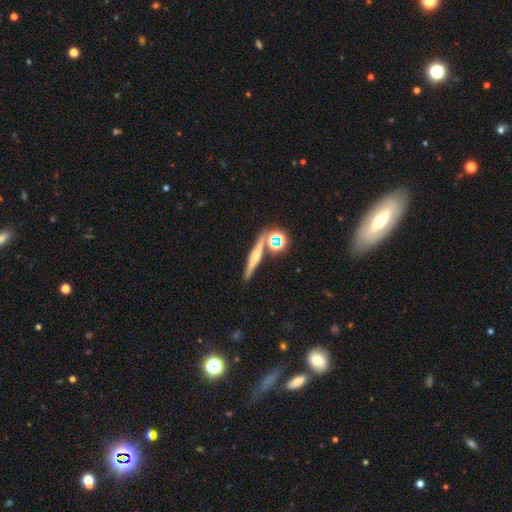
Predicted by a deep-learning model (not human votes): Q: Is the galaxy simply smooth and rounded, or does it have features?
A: featured or disk — 51%.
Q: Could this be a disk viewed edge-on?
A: yes — 93%.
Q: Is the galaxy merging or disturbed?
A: none — 78%.